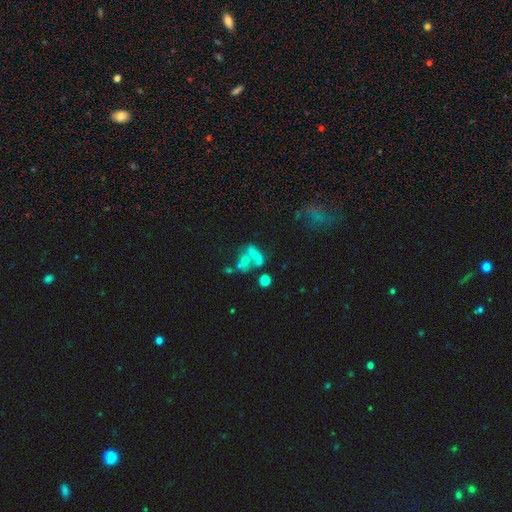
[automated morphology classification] Smooth or featured? Predicted: smooth (p=0.50). How rounded? Predicted: in between (p=0.54). Merging? Predicted: merger (p=0.40).